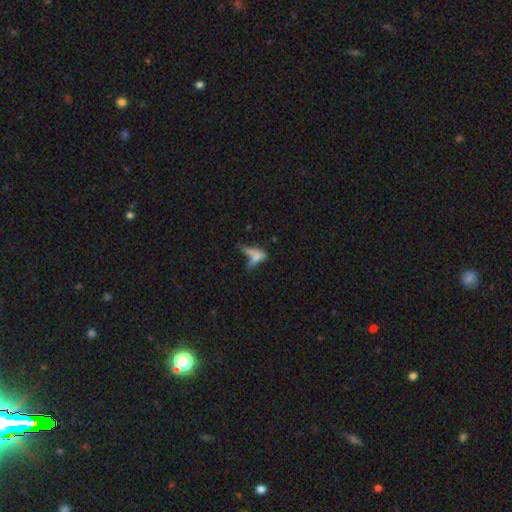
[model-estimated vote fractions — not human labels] smooth-or-featured: smooth: 57% | featured or disk: 28% | star or artifact: 15%
  how-rounded: cigar-shaped: 54% | in between: 40% | round: 7%
  merging: merger: 35% | none: 29% | major disturbance: 22% | minor disturbance: 15%